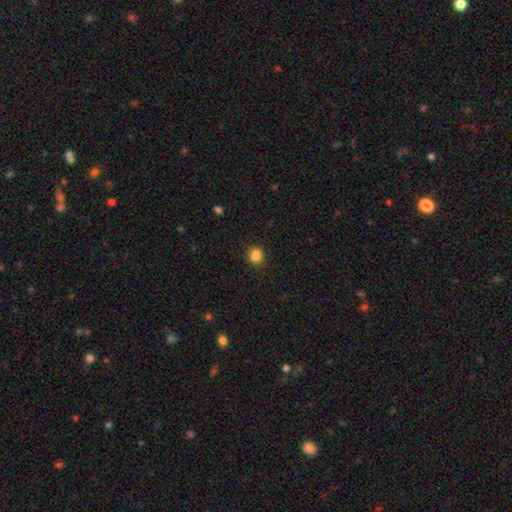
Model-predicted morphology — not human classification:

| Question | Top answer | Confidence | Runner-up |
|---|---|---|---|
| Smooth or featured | smooth | 85% | star or artifact (11%) |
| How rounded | round | 81% | in between (18%) |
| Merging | none | 88% | minor disturbance (9%) |